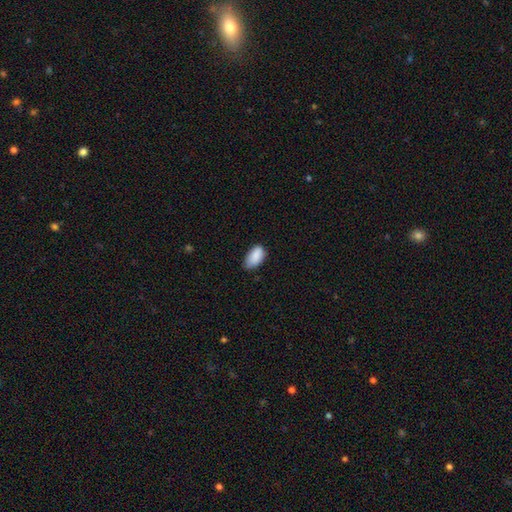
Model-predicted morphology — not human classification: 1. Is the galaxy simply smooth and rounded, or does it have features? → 88% smooth, 7% star or artifact, 5% featured or disk.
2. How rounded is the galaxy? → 94% in between, 3% round, 3% cigar-shaped.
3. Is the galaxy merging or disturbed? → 58% none, 35% minor disturbance, 5% major disturbance, 1% merger.